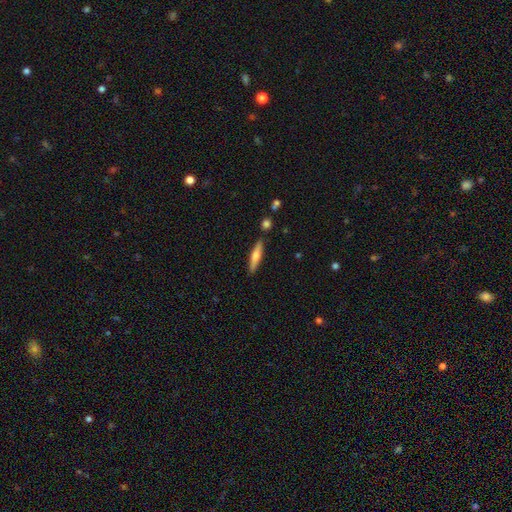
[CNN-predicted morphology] This is possibly a smooth galaxy (52%). How rounded: clearly cigar-shaped (83%). Merging: clearly none (86%).